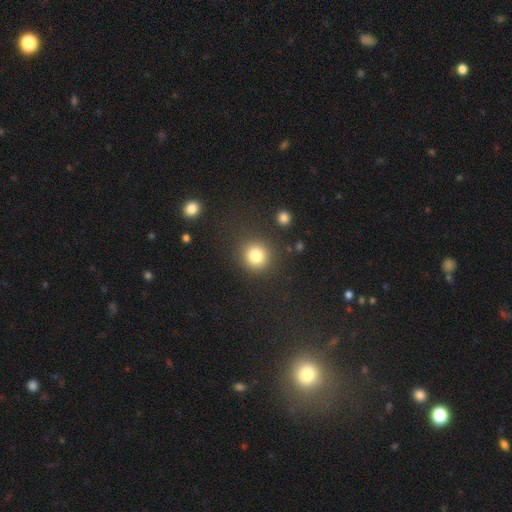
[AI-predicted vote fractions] smooth_or_featured: smooth (p=0.82) [alt: star or artifact p=0.12]
how_rounded: round (p=0.90) [alt: in between p=0.09]
merging: none (p=0.85) [alt: minor disturbance p=0.08]